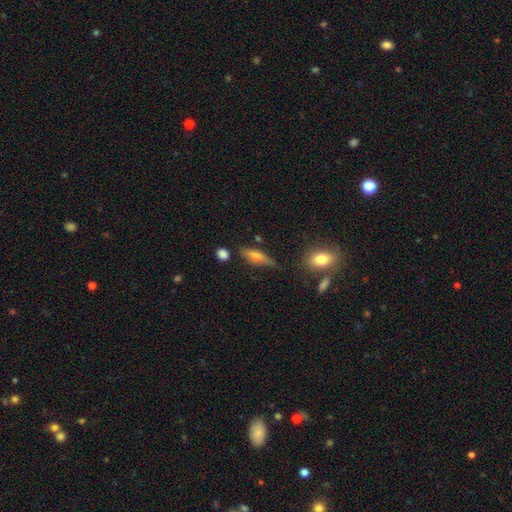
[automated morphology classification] smooth_or_featured: smooth (p=0.56) [alt: featured or disk p=0.34]
how_rounded: cigar-shaped (p=0.49) [alt: in between p=0.47]
merging: none (p=0.62) [alt: minor disturbance p=0.25]